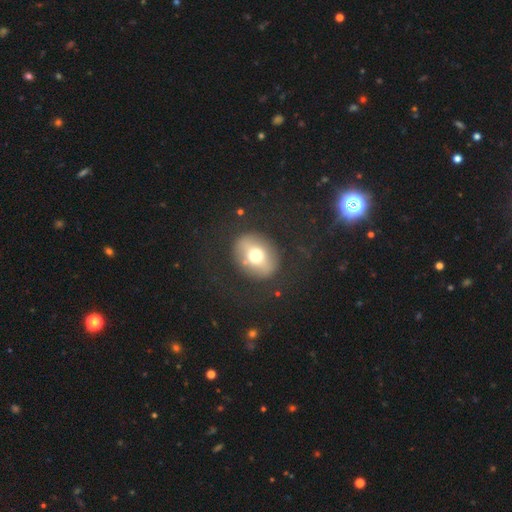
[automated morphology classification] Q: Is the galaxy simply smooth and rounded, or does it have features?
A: smooth — 56%.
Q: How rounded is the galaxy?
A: round — 51%.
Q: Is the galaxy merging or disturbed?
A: none — 82%.